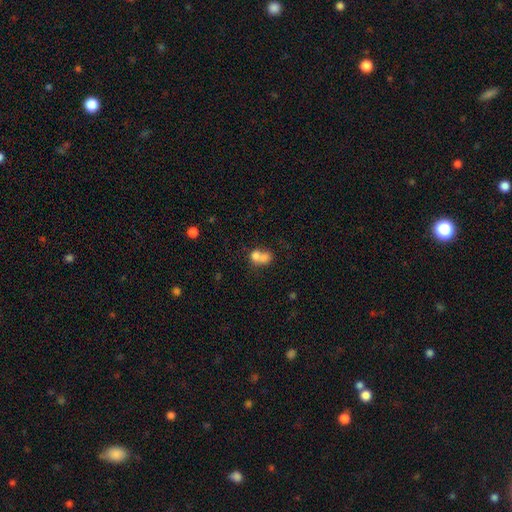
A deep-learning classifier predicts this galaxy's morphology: type=smooth (71%); roundness=round (50%); merging=merger (68%).